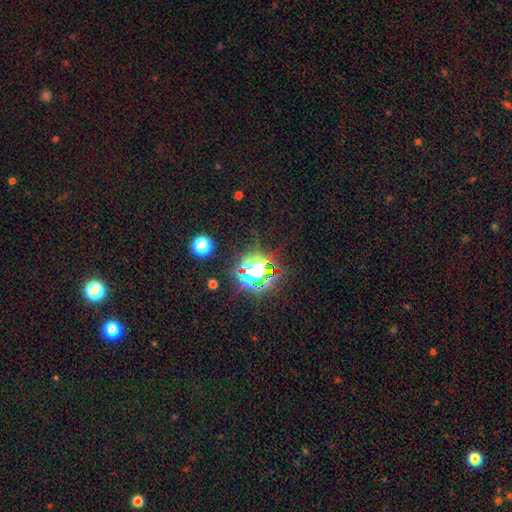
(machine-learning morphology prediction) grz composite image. It shows a star or artifact, not a galaxy (70%).